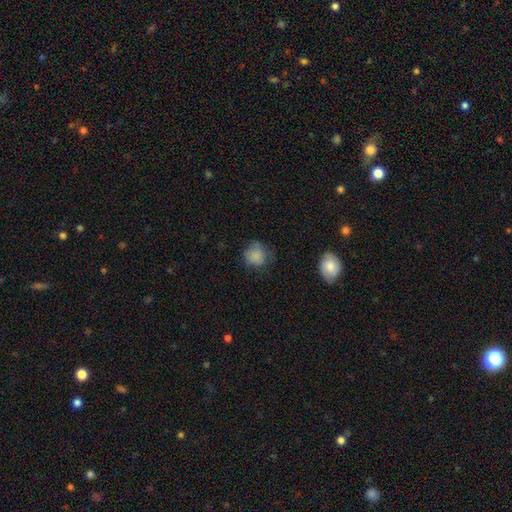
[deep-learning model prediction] Overall: smooth (82%). How rounded: round (85%). Merging: none (62%; minor disturbance 27%).